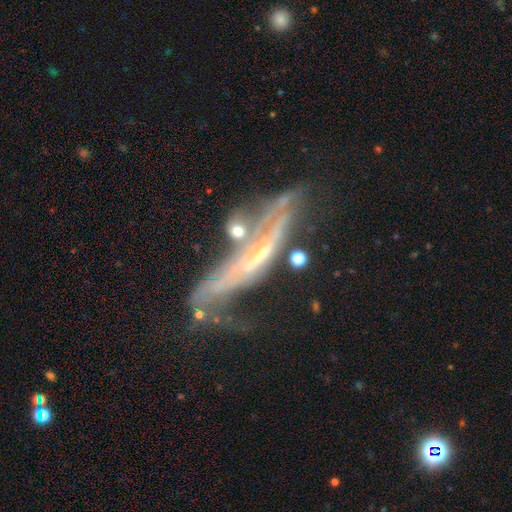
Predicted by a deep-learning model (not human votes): Smooth or featured? featured or disk (73%)
Edge-on disk? no (53%)
Merging? major disturbance (32%)